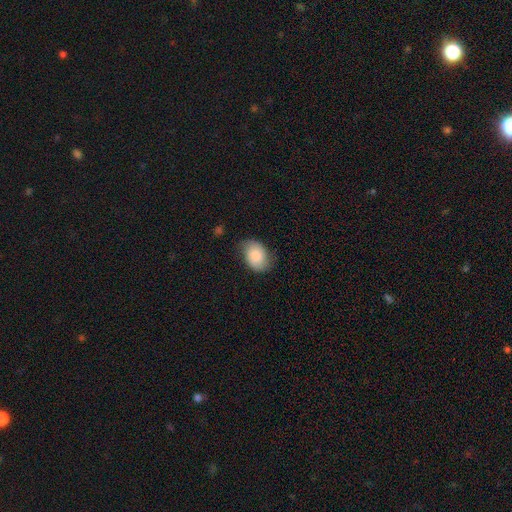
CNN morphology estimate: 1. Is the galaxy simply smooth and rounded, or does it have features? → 77% smooth, 16% featured or disk, 7% star or artifact.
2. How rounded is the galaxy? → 79% in between, 20% round, 1% cigar-shaped.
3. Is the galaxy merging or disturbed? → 65% none, 27% minor disturbance, 7% major disturbance, 1% merger.